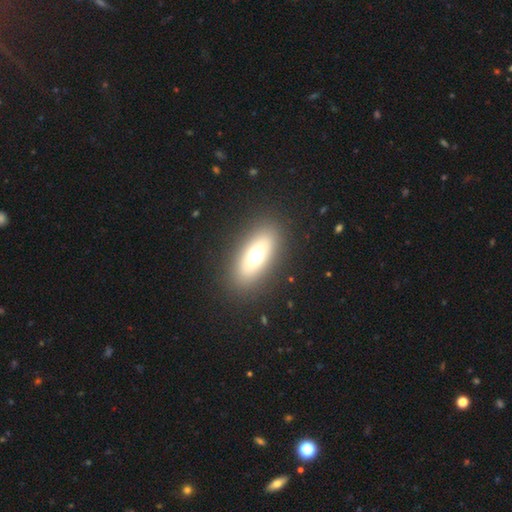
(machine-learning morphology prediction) smooth-or-featured: smooth: 61% | featured or disk: 28% | star or artifact: 11%
  how-rounded: in between: 75% | cigar-shaped: 18% | round: 7%
  merging: none: 87% | minor disturbance: 8% | major disturbance: 4% | merger: 1%